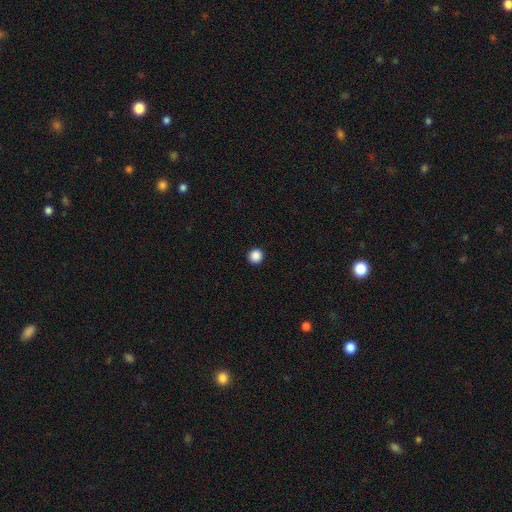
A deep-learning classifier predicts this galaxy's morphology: type=smooth (88%); roundness=round (95%); merging=none (94%).